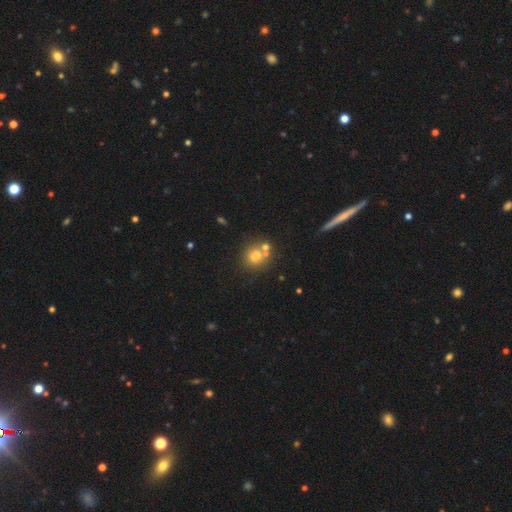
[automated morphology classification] smooth 68%, star or artifact 17%, featured or disk 14%. Down the decision tree: how rounded — round (83%); merging — none (60%).